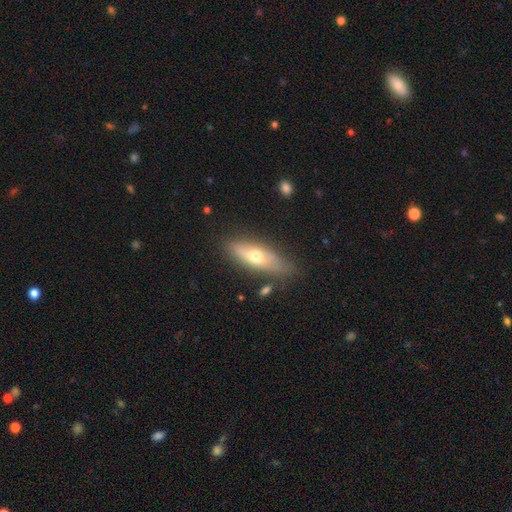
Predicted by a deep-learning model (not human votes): Smooth or featured?
  - smooth: 50% *
  - featured or disk: 43%
  - star or artifact: 7%
Merging?
  - none: 73% *
  - minor disturbance: 18%
  - major disturbance: 5%
  - merger: 3%